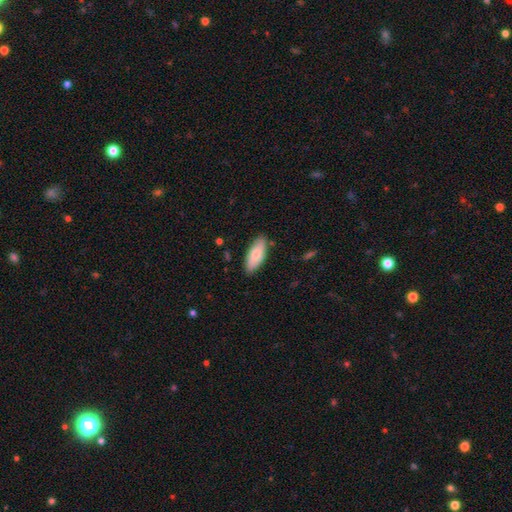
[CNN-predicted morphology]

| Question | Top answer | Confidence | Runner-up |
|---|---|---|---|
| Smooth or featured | smooth | 78% | featured or disk (16%) |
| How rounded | in between | 80% | cigar-shaped (18%) |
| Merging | none | 84% | minor disturbance (13%) |